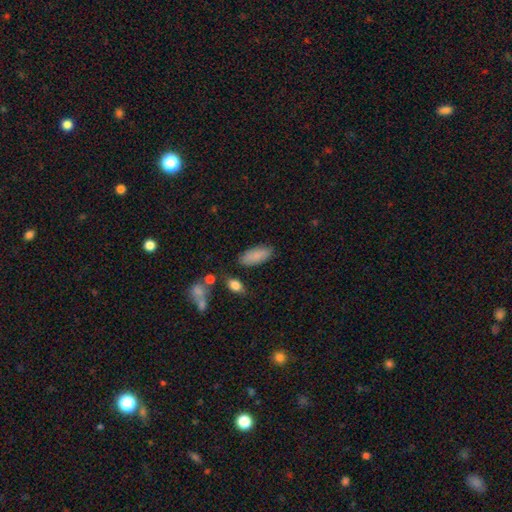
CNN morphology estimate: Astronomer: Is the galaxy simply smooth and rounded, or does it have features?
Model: smooth — 86%.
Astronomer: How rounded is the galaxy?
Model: in between — 83%.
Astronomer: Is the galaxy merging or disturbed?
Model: none — 81%.